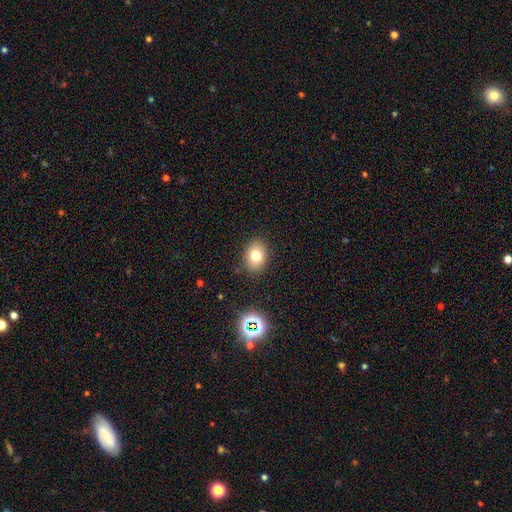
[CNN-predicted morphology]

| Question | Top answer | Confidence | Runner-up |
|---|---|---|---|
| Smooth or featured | smooth | 75% | star or artifact (13%) |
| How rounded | in between | 64% | round (35%) |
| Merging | none | 88% | minor disturbance (8%) |